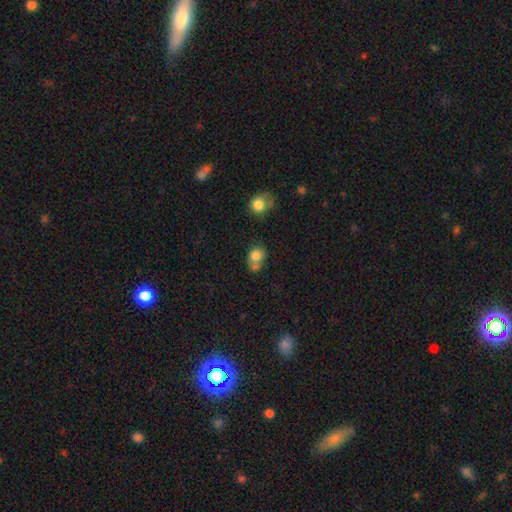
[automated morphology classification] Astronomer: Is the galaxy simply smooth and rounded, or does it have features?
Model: smooth — 79%.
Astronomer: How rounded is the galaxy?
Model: round — 58% (runner-up: in between, 41%).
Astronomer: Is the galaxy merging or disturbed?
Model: merger — 38% (runner-up: none, 36%).